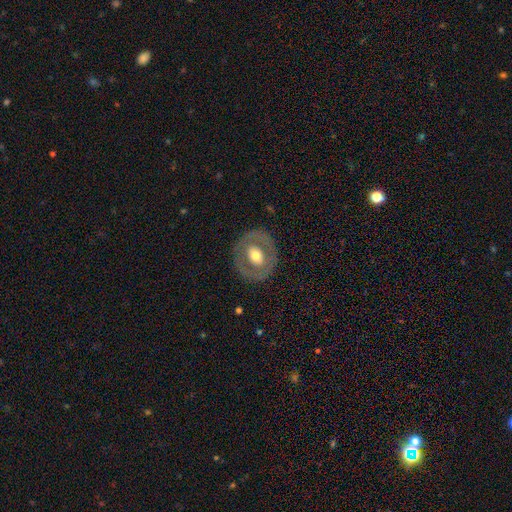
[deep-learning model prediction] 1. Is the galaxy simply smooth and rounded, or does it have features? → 50% featured or disk, 44% smooth, 6% star or artifact.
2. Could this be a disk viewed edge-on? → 94% no, 6% yes.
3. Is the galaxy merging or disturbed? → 83% none, 10% minor disturbance, 5% major disturbance, 1% merger.